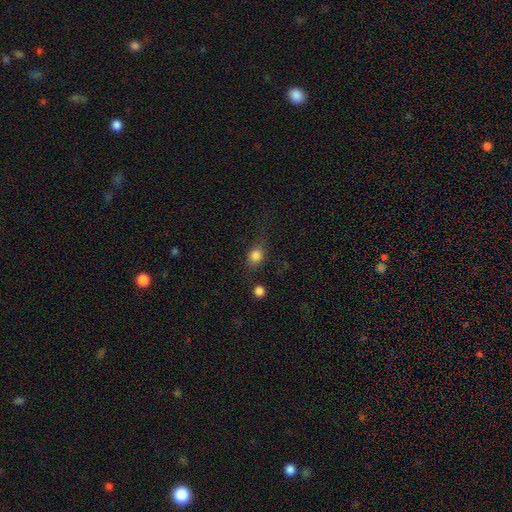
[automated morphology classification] Smooth or featured?
  - smooth: 82% *
  - star or artifact: 11%
  - featured or disk: 7%
How rounded?
  - round: 62% *
  - in between: 36%
  - cigar-shaped: 2%
Merging?
  - none: 67% *
  - minor disturbance: 19%
  - major disturbance: 9%
  - merger: 5%